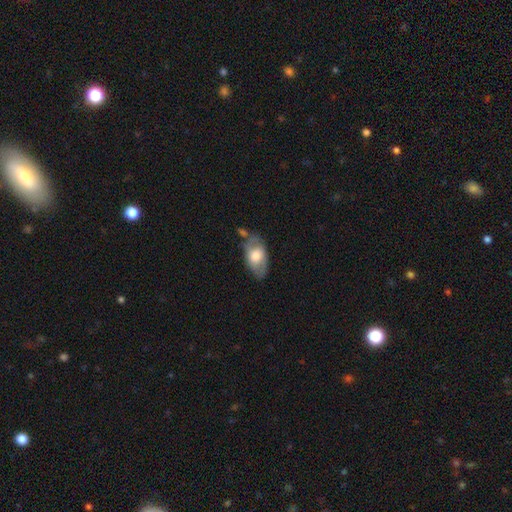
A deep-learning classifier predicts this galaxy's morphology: smooth-or-featured: smooth: 60% | featured or disk: 34% | star or artifact: 6%
  how-rounded: in between: 92% | round: 5% | cigar-shaped: 3%
  merging: none: 56% | minor disturbance: 24% | merger: 12% | major disturbance: 7%